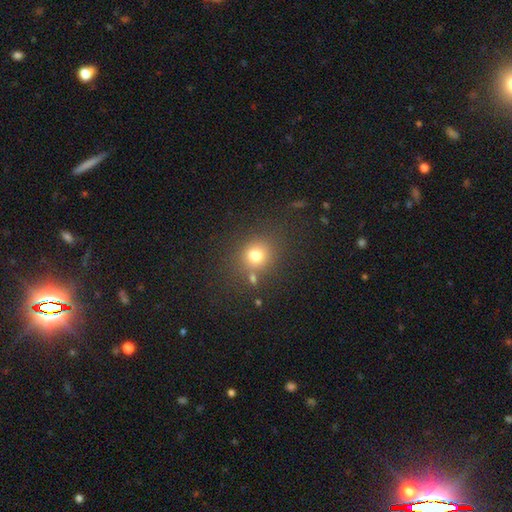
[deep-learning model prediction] A smooth galaxy with no disk features (76%) that is round (79%). Merging: none (70%).